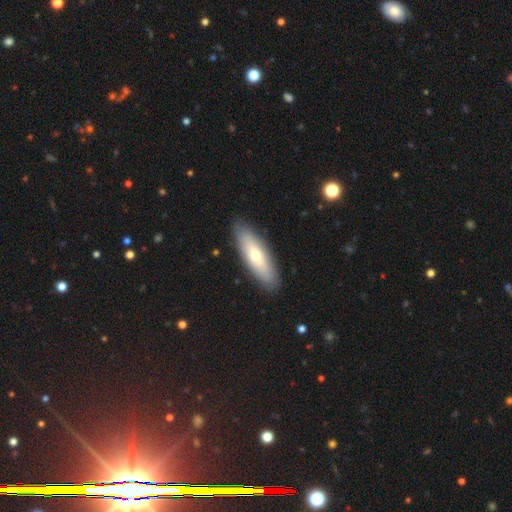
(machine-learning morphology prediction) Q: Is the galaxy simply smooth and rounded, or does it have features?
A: smooth — 60%.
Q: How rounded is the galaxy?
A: in between — 50%.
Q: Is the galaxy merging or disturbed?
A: none — 88%.